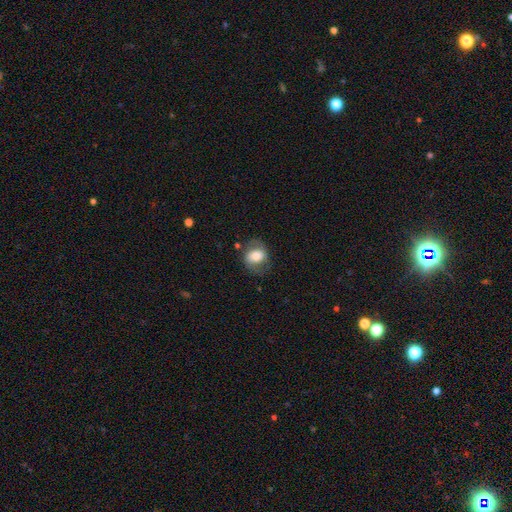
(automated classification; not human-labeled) The model was most divided on "how rounded": in between: 52%, round: 47%, cigar-shaped: 1%. More confident: merging — none (65%); smooth or featured — smooth (57%).